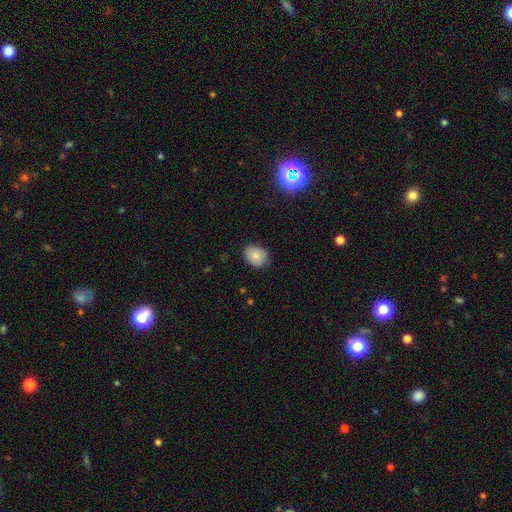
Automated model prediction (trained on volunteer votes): The model was most divided on "how rounded": in between: 53%, round: 46%, cigar-shaped: 1%. More confident: merging — none (86%); smooth or featured — smooth (84%).